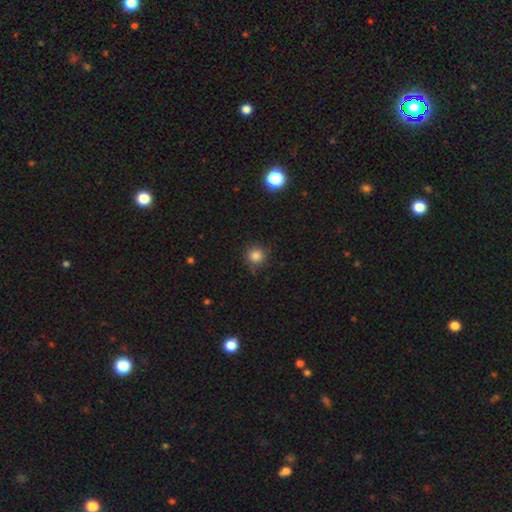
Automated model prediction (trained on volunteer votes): This appears to be a smooth galaxy with no disk features (84%) that is round (94%). Merging: none (85%).